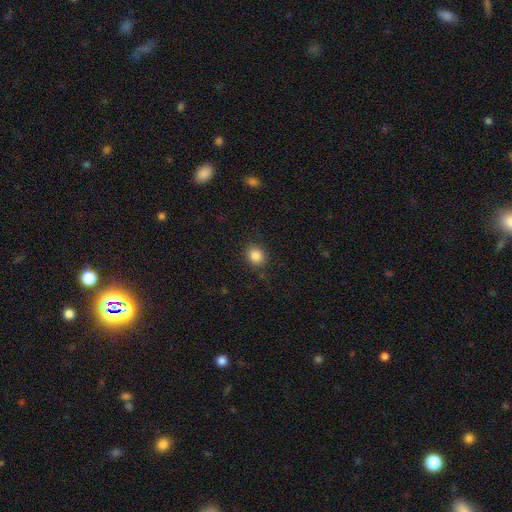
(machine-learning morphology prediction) The model was most divided on "how rounded": round: 75%, in between: 24%, cigar-shaped: 1%. More confident: smooth or featured — smooth (86%); merging — none (85%).